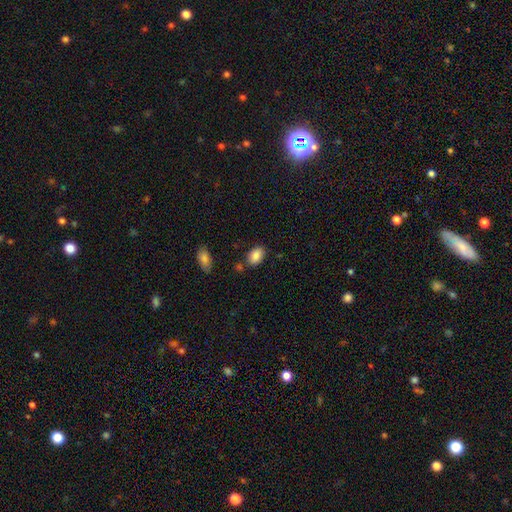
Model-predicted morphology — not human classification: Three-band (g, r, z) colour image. It shows a smooth galaxy with no disk features (87%) that is in between round and cigar-shaped (88%). Merging: none (79%).